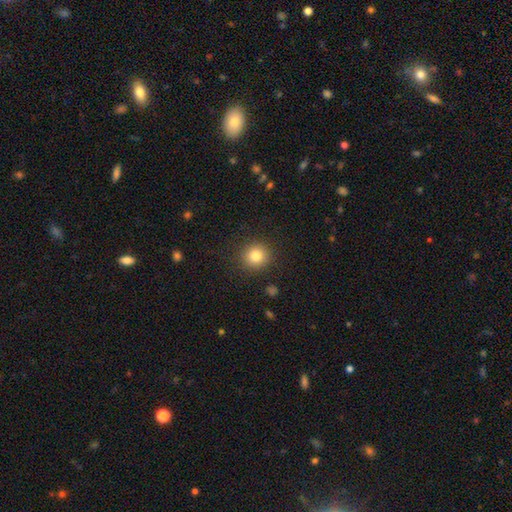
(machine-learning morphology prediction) smooth_or_featured: smooth (p=0.81) [alt: star or artifact p=0.11]
how_rounded: round (p=0.93) [alt: in between p=0.06]
merging: none (p=0.90) [alt: minor disturbance p=0.06]